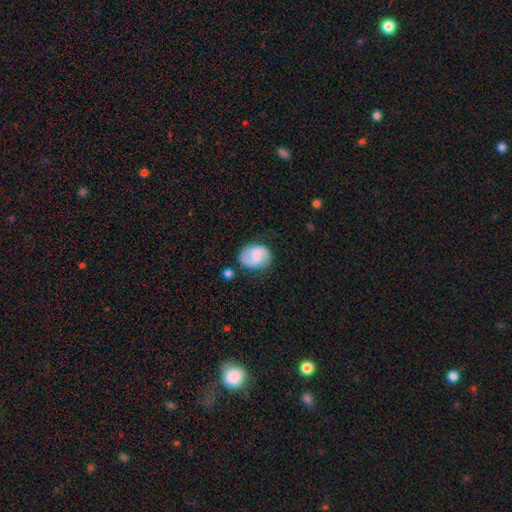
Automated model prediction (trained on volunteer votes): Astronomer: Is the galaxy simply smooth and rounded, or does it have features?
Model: featured or disk — 62%.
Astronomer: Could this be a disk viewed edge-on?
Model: no — 98%.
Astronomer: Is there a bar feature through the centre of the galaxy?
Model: no — 47% (runner-up: weak, 44%).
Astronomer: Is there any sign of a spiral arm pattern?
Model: yes — 94%.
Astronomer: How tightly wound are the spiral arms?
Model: medium — 49% (runner-up: loose, 25%).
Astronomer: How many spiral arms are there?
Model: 2 — 88%.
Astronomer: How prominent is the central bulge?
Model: small — 35% (runner-up: moderate, 29%).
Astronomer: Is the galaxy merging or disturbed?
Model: none — 75%.